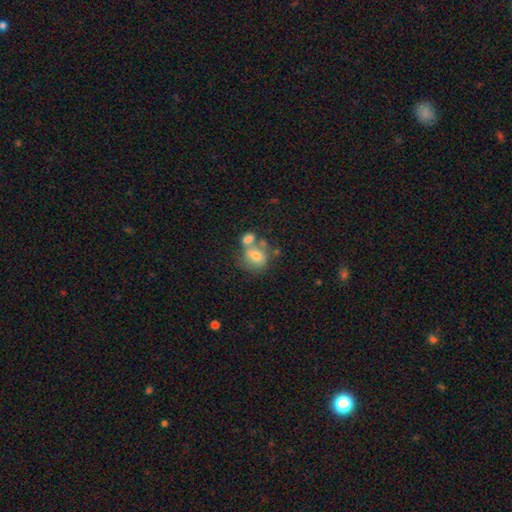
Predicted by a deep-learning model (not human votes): A smooth galaxy with no disk features (68%) that is round (59%).

Vote fractions:
- Smooth or featured? smooth: 68% / featured or disk: 22% / star or artifact: 10%
- How rounded? round: 59% / in between: 40% / cigar-shaped: 1%
- Merging? merger: 49% / none: 32% / minor disturbance: 12% / major disturbance: 7%